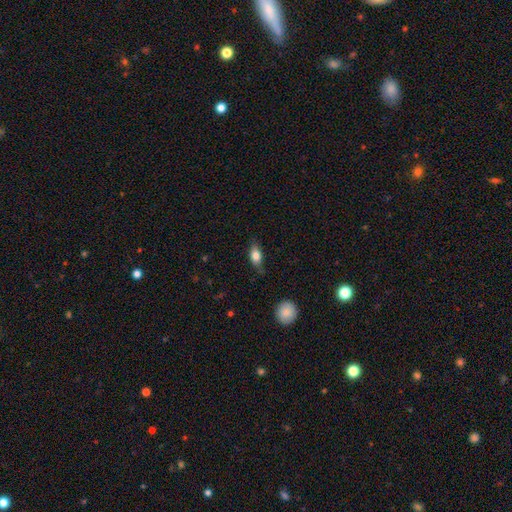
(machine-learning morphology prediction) Smooth or featured?
  - smooth: 74% *
  - featured or disk: 18%
  - star or artifact: 7%
How rounded?
  - in between: 80% *
  - cigar-shaped: 12%
  - round: 8%
Merging?
  - none: 72% *
  - minor disturbance: 21%
  - major disturbance: 4%
  - merger: 2%